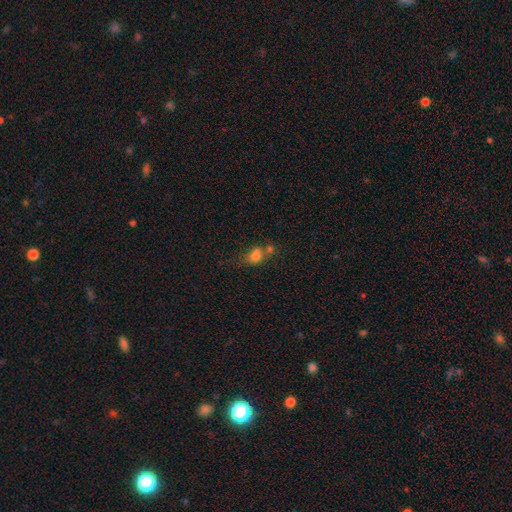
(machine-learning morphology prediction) Overall: smooth (76%). How rounded: in between (52%; round 46%). Merging: merger (45%; none 34%).